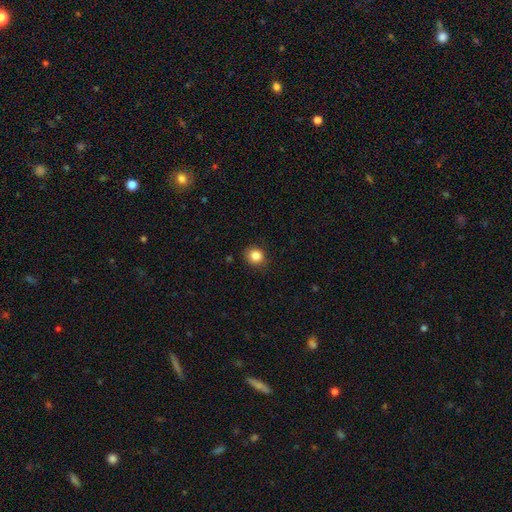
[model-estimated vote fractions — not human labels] Smooth or featured? Predicted: smooth (p=0.85). How rounded? Predicted: round (p=0.81). Merging? Predicted: none (p=0.86).